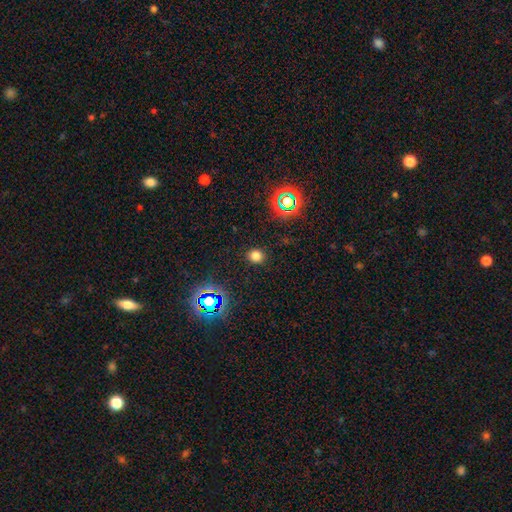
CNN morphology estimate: The model was most divided on "smooth or featured": smooth: 75%, star or artifact: 20%, featured or disk: 5%. More confident: merging — none (89%); how rounded — round (82%).